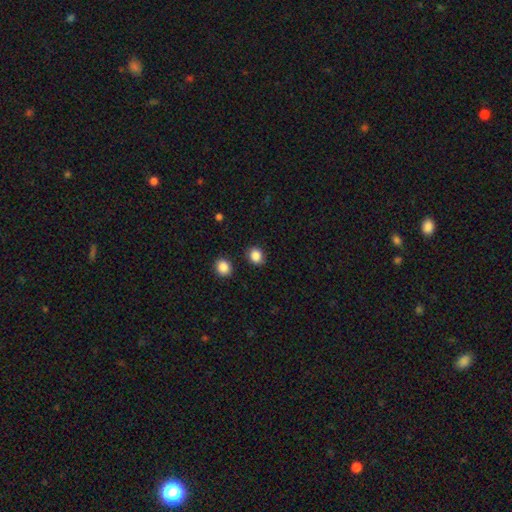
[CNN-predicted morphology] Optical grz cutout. It shows a smooth galaxy with no disk features (87%) that is round (66%). Merging: none (86%).